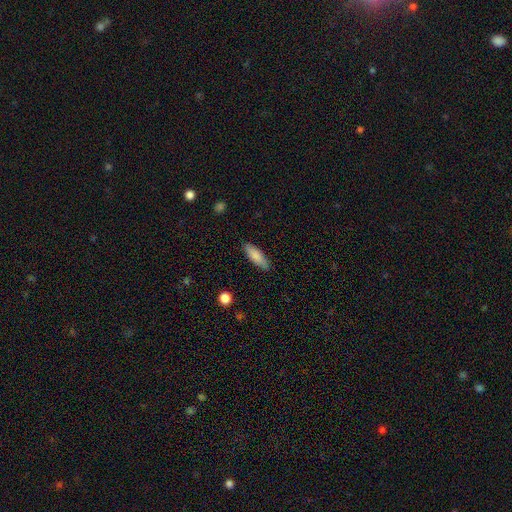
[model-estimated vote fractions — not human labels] The model was most divided on "how rounded": in between: 57%, cigar-shaped: 41%, round: 2%. More confident: merging — none (85%); smooth or featured — smooth (83%).